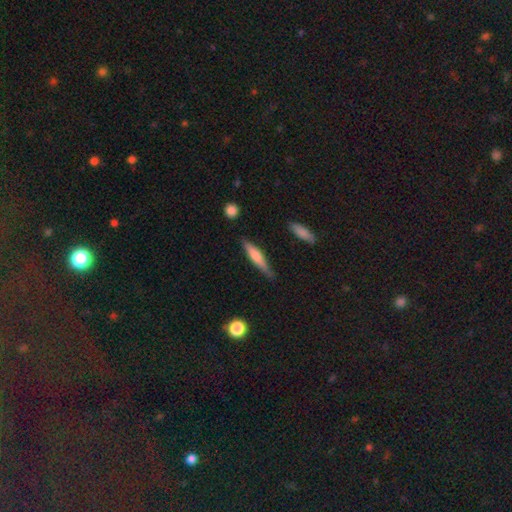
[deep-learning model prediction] Overall: smooth (56%; featured or disk 38%). How rounded: cigar-shaped (85%). Merging: none (78%).